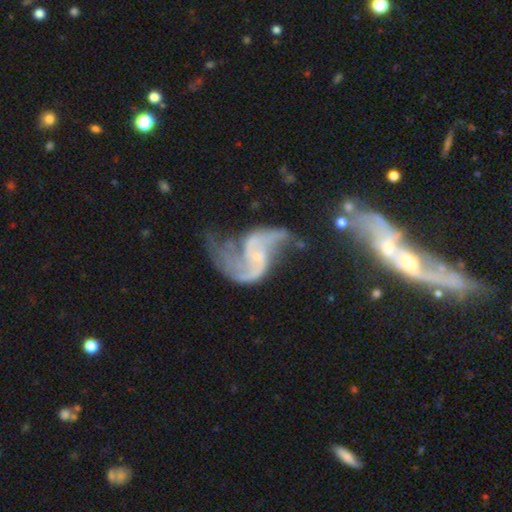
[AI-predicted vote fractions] featured or disk 89%, star or artifact 6%, smooth 5%. Down the decision tree: edge-on disk — no (98%); bar — no (56%); spiral arms — yes (95%); spiral arm count — 2 (86%); spiral winding — loose (70%); bulge size — small (60%); merging — none (37%).